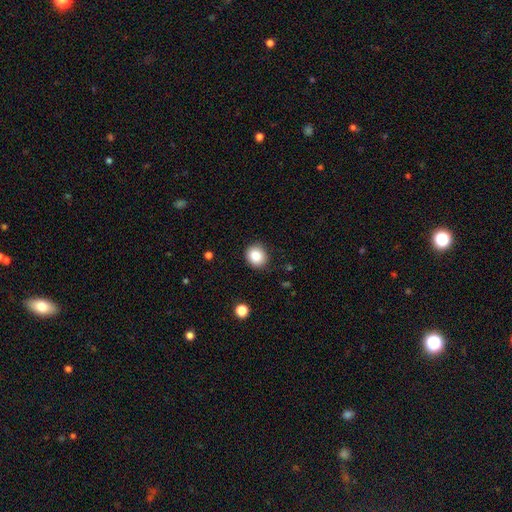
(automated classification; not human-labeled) Overall: smooth (85%). How rounded: round (77%). Merging: none (85%).